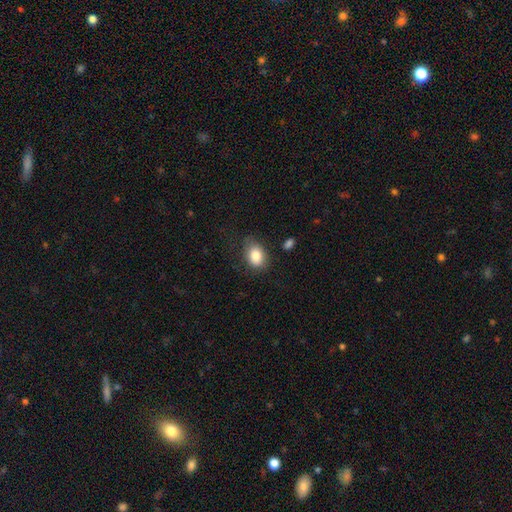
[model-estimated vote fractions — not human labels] A smooth galaxy with no disk features (85%) that is in between round and cigar-shaped (76%).

Vote fractions:
- Smooth or featured? smooth: 85% / star or artifact: 8% / featured or disk: 8%
- How rounded? in between: 76% / round: 23% / cigar-shaped: 1%
- Merging? none: 71% / minor disturbance: 20% / major disturbance: 6% / merger: 2%